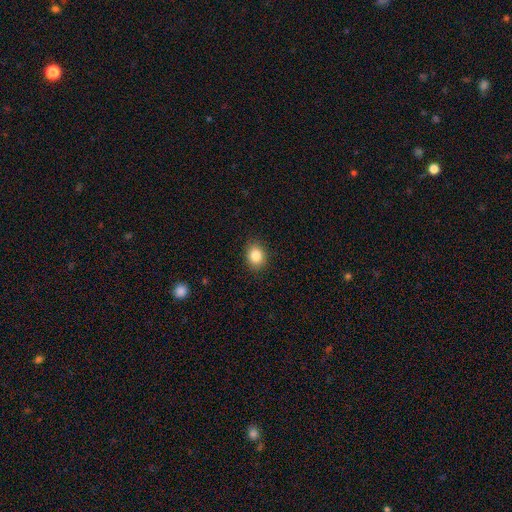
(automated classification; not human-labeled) Smooth or featured? Predicted: smooth (p=0.85). How rounded? Predicted: in between (p=0.52). Merging? Predicted: none (p=0.88).